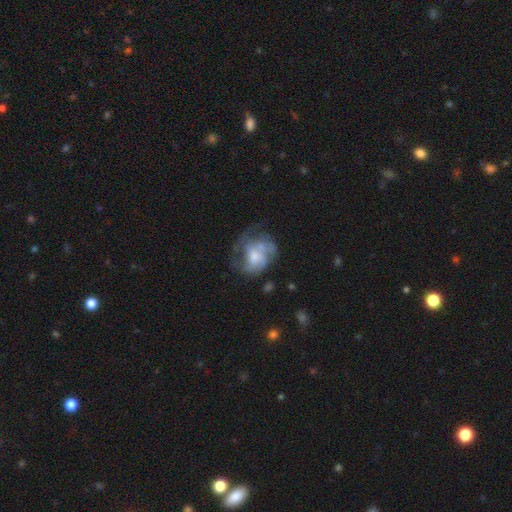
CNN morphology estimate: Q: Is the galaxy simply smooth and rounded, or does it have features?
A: featured or disk — 57%.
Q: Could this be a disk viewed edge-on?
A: no — 98%.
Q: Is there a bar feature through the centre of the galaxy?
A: no — 74%.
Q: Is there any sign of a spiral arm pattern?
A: yes — 56%.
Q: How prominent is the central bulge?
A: moderate — 44%.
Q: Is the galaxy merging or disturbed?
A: none — 36%.